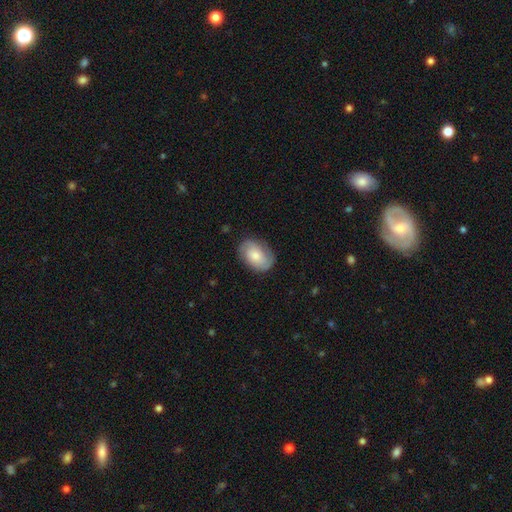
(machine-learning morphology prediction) Smooth or featured?
  - smooth: 49% *
  - featured or disk: 44%
  - star or artifact: 7%
Merging?
  - none: 79% *
  - minor disturbance: 15%
  - major disturbance: 4%
  - merger: 1%